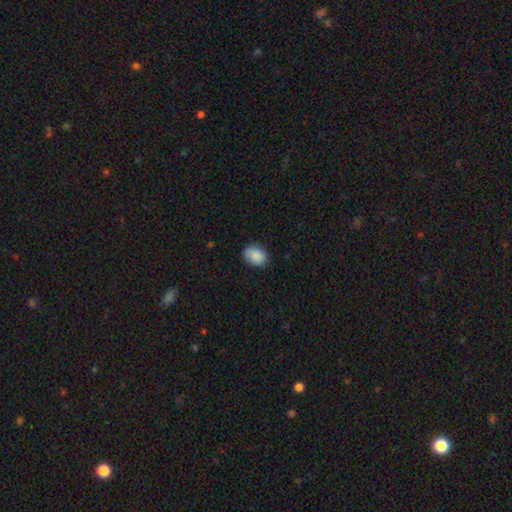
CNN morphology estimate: smooth-or-featured: smooth: 88% | star or artifact: 7% | featured or disk: 5%
  how-rounded: in between: 73% | round: 26% | cigar-shaped: 1%
  merging: none: 80% | minor disturbance: 16% | major disturbance: 3% | merger: 1%